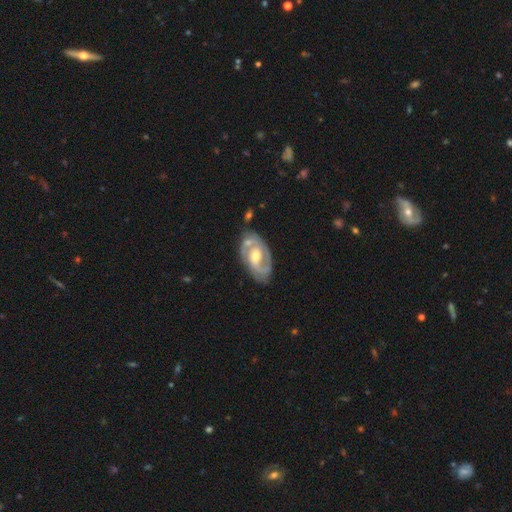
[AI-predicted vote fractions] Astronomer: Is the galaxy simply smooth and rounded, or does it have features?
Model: featured or disk — 84%.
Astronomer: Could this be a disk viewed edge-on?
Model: no — 96%.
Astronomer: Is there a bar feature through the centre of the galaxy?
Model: weak — 44% (runner-up: no, 40%).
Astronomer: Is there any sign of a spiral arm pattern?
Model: yes — 91%.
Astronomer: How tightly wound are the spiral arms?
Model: tight — 44%, tied with medium at 44%.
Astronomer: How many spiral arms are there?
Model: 2 — 77%.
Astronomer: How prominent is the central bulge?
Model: moderate — 71%.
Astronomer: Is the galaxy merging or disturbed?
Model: none — 66%.